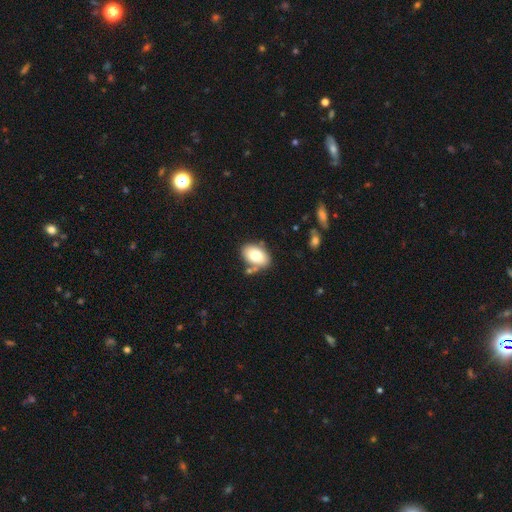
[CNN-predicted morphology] This appears to be a smooth galaxy with no disk features (76%) that is in between round and cigar-shaped (88%). Merging: none (72%).